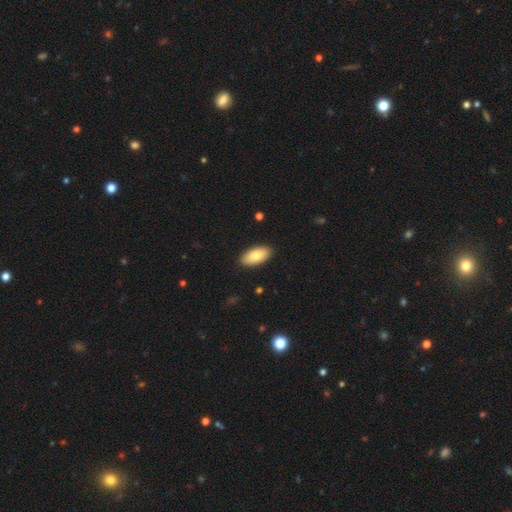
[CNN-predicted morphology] Smooth or featured?
  - smooth: 81% *
  - featured or disk: 13%
  - star or artifact: 6%
How rounded?
  - in between: 93% *
  - cigar-shaped: 5%
  - round: 2%
Merging?
  - none: 90% *
  - minor disturbance: 8%
  - major disturbance: 2%
  - merger: 1%